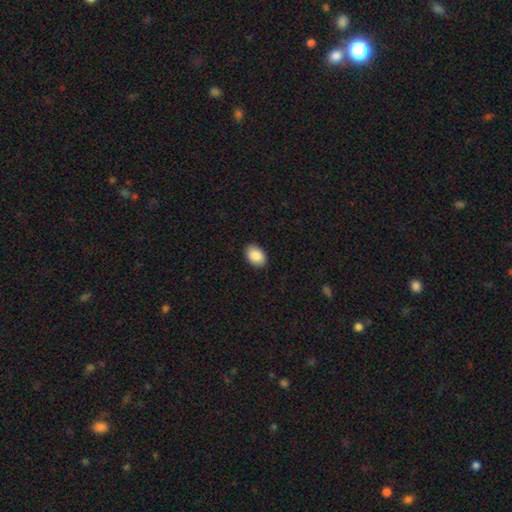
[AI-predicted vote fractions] This appears to be a smooth galaxy with no disk features (89%) that is in between round and cigar-shaped (86%). Merging: none (91%).